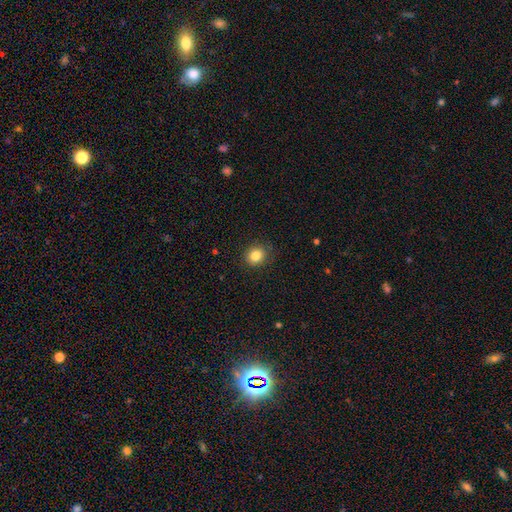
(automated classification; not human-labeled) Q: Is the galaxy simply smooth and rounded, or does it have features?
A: smooth — 84%.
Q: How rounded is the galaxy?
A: round — 76%.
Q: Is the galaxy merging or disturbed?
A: none — 87%.